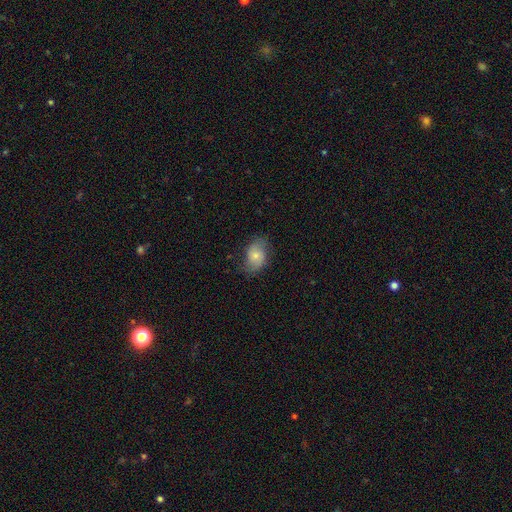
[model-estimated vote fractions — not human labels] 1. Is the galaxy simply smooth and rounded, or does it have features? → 61% smooth, 31% featured or disk, 8% star or artifact.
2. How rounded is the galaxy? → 79% in between, 19% round, 1% cigar-shaped.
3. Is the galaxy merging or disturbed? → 70% none, 22% minor disturbance, 7% major disturbance, 1% merger.